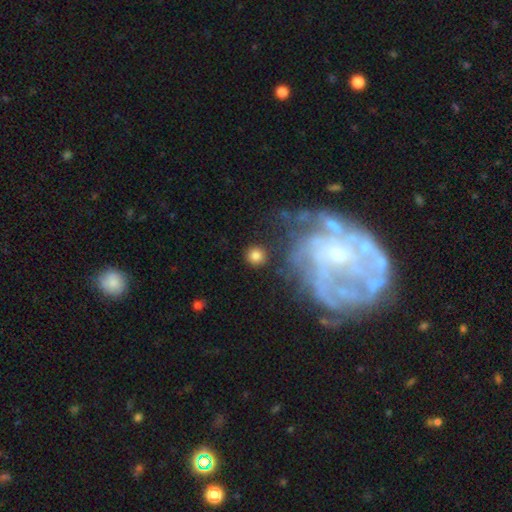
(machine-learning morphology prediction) Smooth or featured: smooth — 80% (featured or disk — 10%)
How rounded: round — 93% (in between — 6%)
Merging: none — 85% (minor disturbance — 7%)